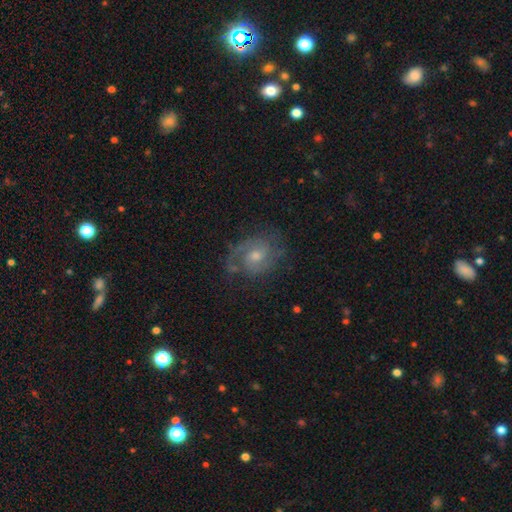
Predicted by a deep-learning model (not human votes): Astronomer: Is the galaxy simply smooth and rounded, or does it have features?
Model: featured or disk — 79%.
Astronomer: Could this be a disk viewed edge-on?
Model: no — 97%.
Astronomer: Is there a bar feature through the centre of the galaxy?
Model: no — 61%.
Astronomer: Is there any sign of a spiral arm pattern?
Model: yes — 93%.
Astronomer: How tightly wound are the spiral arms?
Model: medium — 44% (runner-up: tight, 41%).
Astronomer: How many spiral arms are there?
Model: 2 — 70%.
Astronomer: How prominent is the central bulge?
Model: moderate — 58% (runner-up: small, 34%).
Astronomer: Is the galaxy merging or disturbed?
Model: none — 70%.